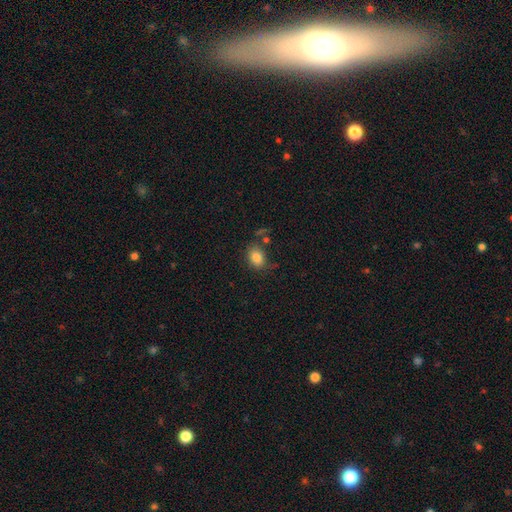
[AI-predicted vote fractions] smooth 83%, star or artifact 10%, featured or disk 7%. Down the decision tree: how rounded — in between (68%); merging — none (70%).